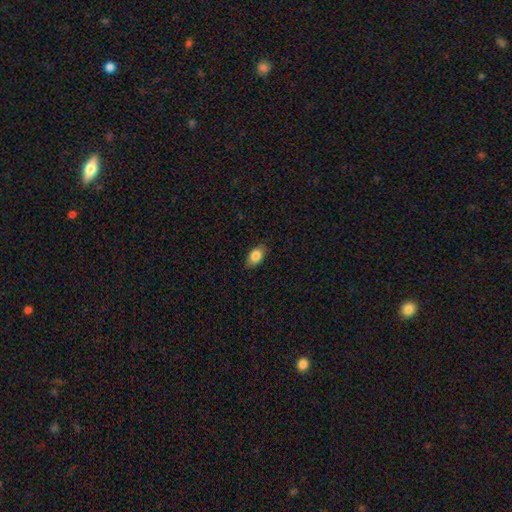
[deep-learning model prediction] Smooth or featured? Predicted: smooth (p=0.83). How rounded? Predicted: in between (p=0.88). Merging? Predicted: none (p=0.85).